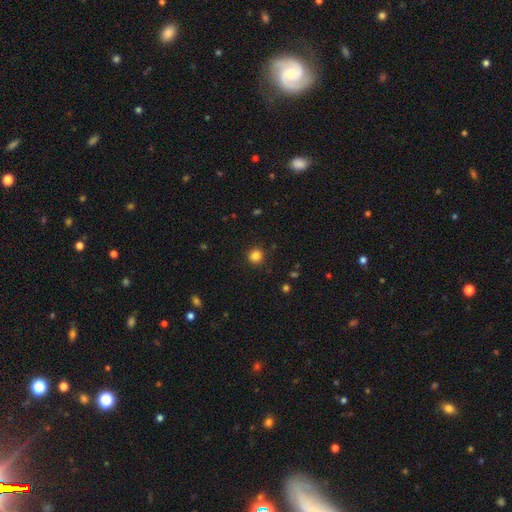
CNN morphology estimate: type=smooth (84%); roundness=round (92%); merging=none (91%).